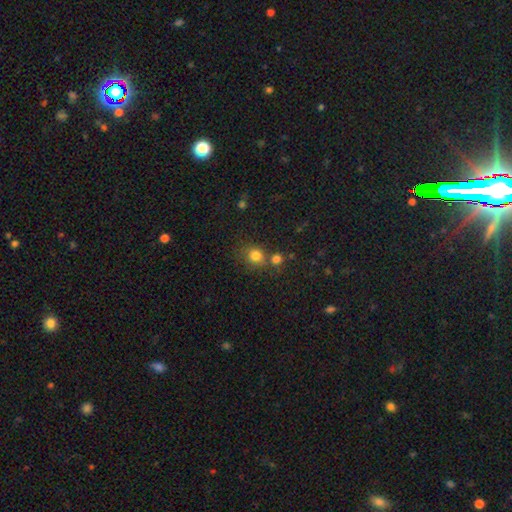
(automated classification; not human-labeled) Smooth or featured?
  - smooth: 80% *
  - star or artifact: 14%
  - featured or disk: 7%
How rounded?
  - round: 77% *
  - in between: 22%
  - cigar-shaped: 1%
Merging?
  - none: 59% *
  - merger: 24%
  - minor disturbance: 12%
  - major disturbance: 5%